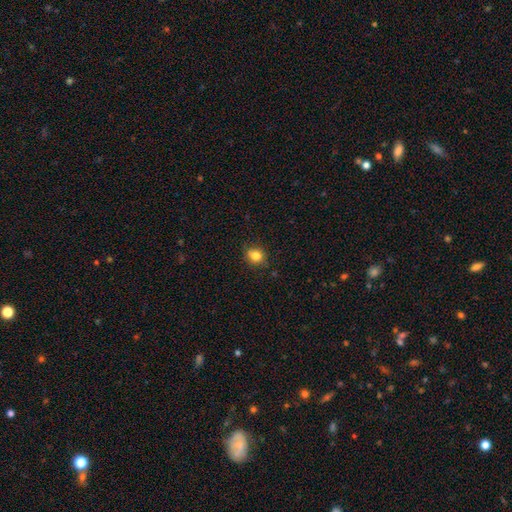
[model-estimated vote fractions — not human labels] This is clearly a smooth galaxy (81%). How rounded: likely round (70%). Merging: likely none (79%).